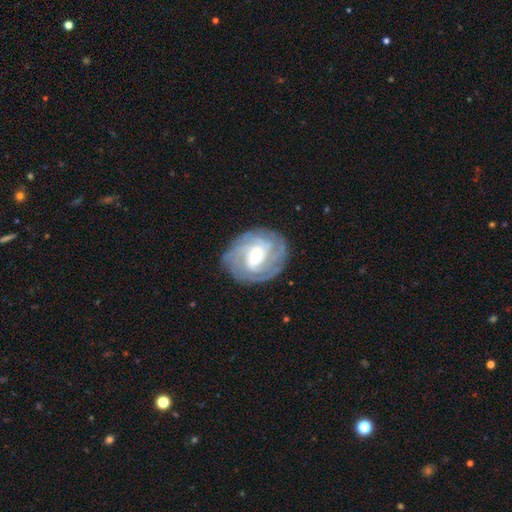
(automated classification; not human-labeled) Overall: featured or disk (86%). Edge-on disk: no (97%). Bar: weak (46%; no 37%). Spiral arms: yes (95%). Spiral arm count: can't tell (31%; 3 20%). Spiral winding: tight (71%). Bulge size: moderate (50%; small 45%). Merging: none (81%).